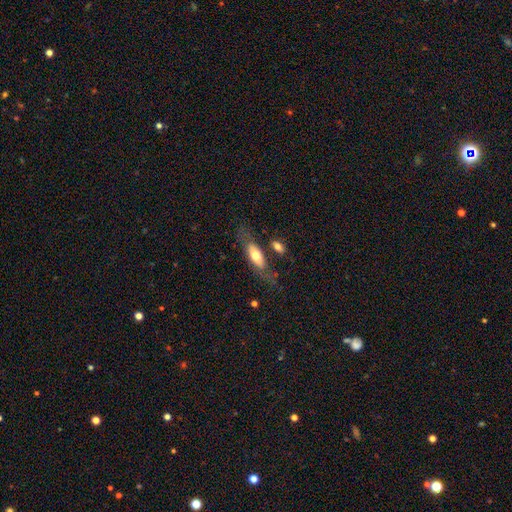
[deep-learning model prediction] Morphology: type=smooth (60%); roundness=in between (69%); merging=none (64%).